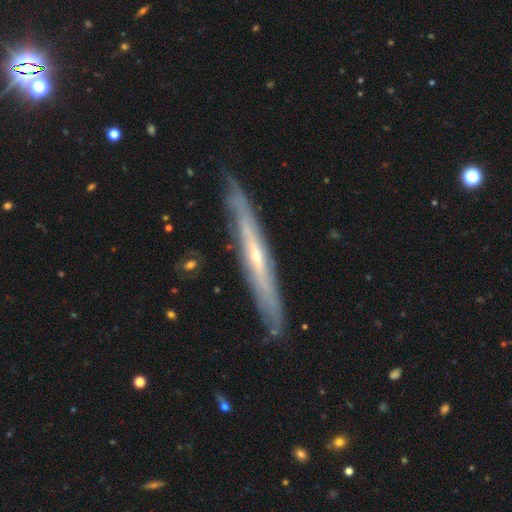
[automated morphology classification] A featured or disk galaxy (76%) viewed edge-on (82%) with a rounded central bulge (55%).

Vote fractions:
- Smooth or featured? featured or disk: 76% / smooth: 18% / star or artifact: 6%
- Edge-on disk? yes: 82% / no: 18%
- Edge-on bulge? rounded: 55% / none: 42% / boxy: 3%
- Merging? none: 83% / minor disturbance: 14% / major disturbance: 2% / merger: 1%